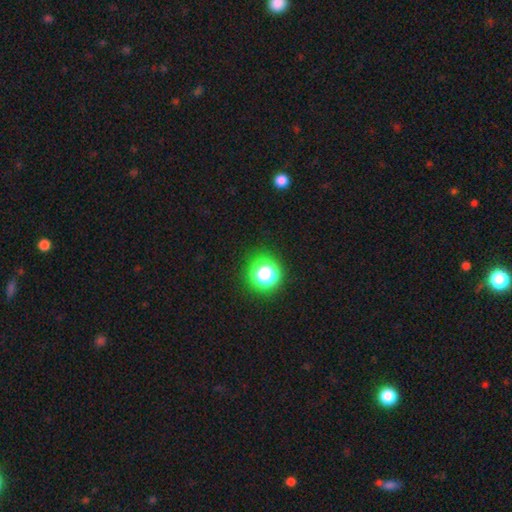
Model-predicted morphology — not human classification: A star or artifact, not a galaxy (72%).

Vote fractions:
- Smooth or featured? star or artifact: 72% / smooth: 23% / featured or disk: 5%